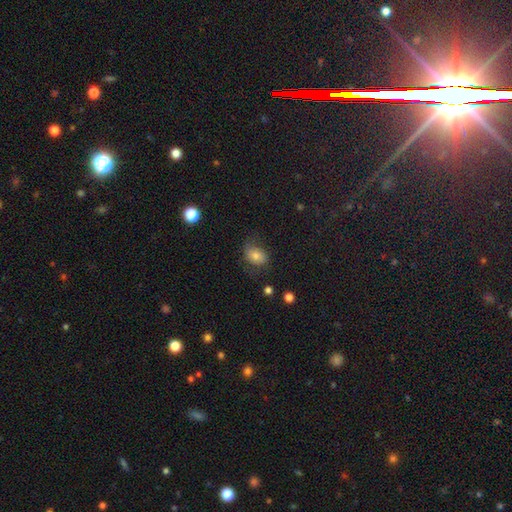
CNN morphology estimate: A smooth galaxy with no disk features (70%) that is in between round and cigar-shaped (69%). Merging: none (61%).